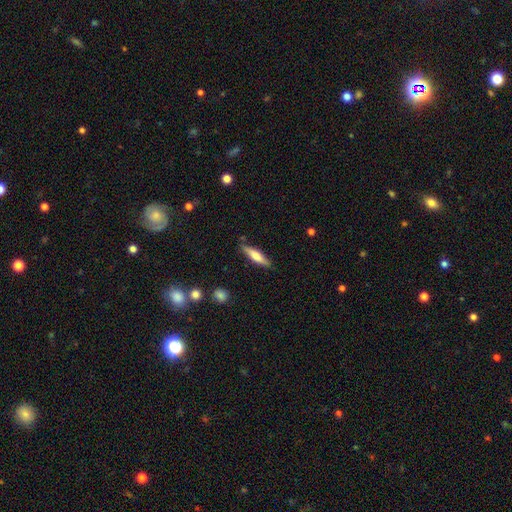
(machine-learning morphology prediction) This is likely a smooth galaxy (61%). How rounded: likely cigar-shaped (77%). Merging: clearly none (85%).